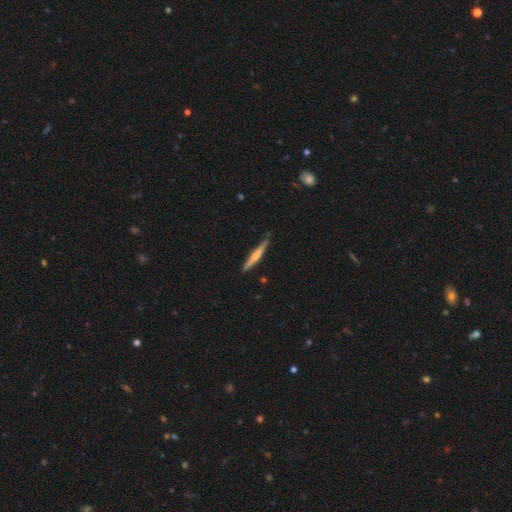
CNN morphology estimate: Smooth or featured?
  - featured or disk: 49% *
  - smooth: 46%
  - star or artifact: 5%
Merging?
  - none: 85% *
  - minor disturbance: 11%
  - major disturbance: 2%
  - merger: 2%